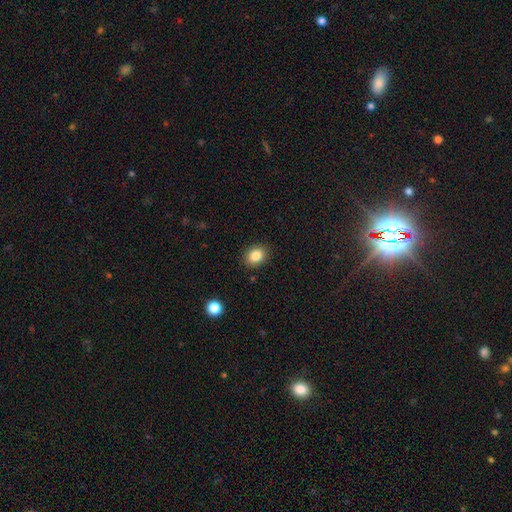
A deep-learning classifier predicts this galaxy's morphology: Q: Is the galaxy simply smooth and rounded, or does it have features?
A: smooth — 85%.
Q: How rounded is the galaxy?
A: in between — 54%.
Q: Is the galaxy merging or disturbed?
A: none — 88%.